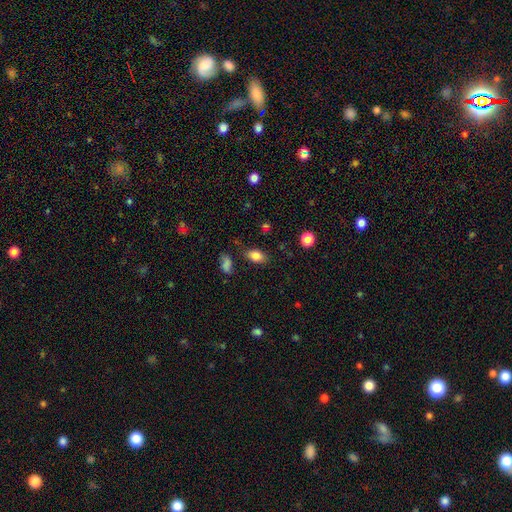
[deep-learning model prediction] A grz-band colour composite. It shows a smooth galaxy with no disk features (83%) that is in between round and cigar-shaped (86%). Merging: none (80%).